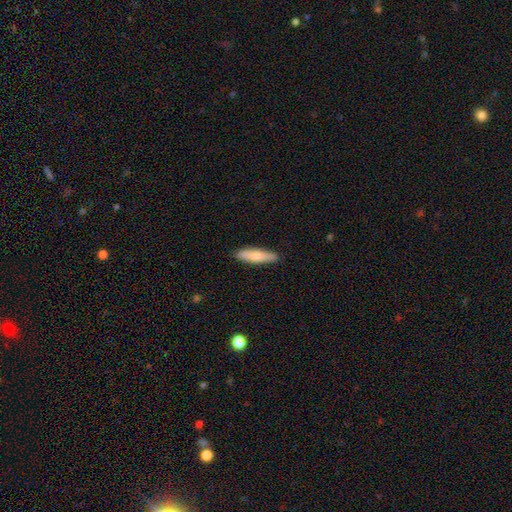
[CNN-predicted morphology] Smooth or featured: smooth — 76% (featured or disk — 19%)
How rounded: cigar-shaped — 77% (in between — 22%)
Merging: none — 89% (minor disturbance — 8%)